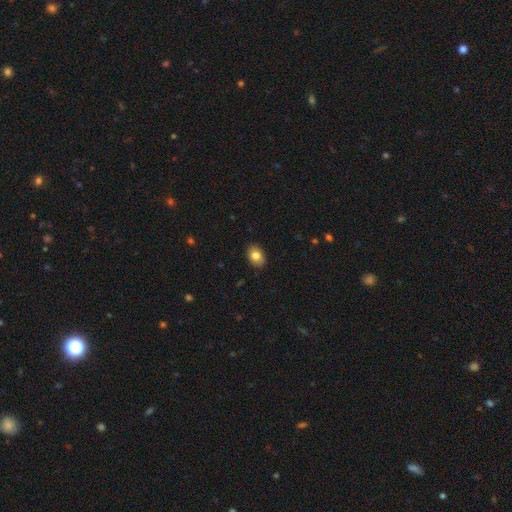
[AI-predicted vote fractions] Smooth or featured? Predicted: smooth (p=0.82). How rounded? Predicted: in between (p=0.76). Merging? Predicted: none (p=0.88).